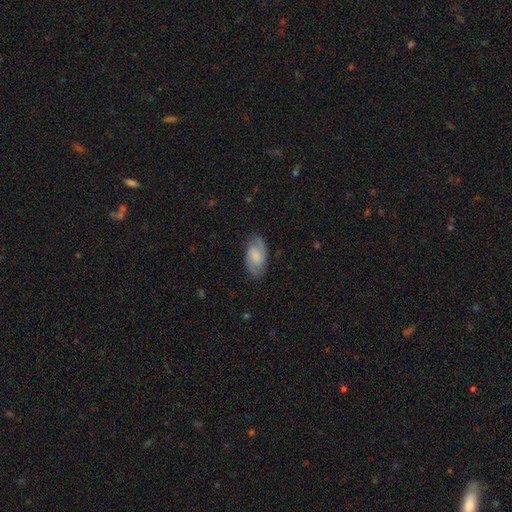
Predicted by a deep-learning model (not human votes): The model was most divided on "bar": no: 52%, weak: 40%, strong: 8%. Remaining: edge-on disk — no (95%); spiral arms — yes (91%); merging — none (80%); smooth or featured — featured or disk (58%); bulge size — small (42%).